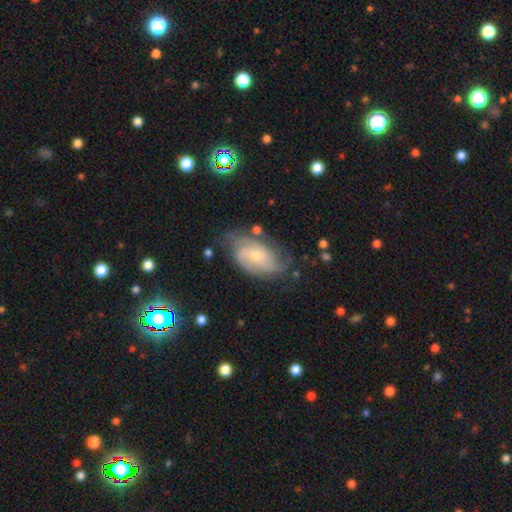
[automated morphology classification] Smooth or featured: featured or disk — 77% (smooth — 17%)
Edge-on disk: no — 96% (yes — 4%)
Bar: no — 62% (weak — 32%)
Spiral arms: yes — 93% (no — 7%)
Spiral winding: tight — 45% (medium — 41%)
Spiral arm count: 2 — 43% (can't tell — 26%)
Bulge size: small — 62% (moderate — 32%)
Merging: none — 62% (minor disturbance — 24%)